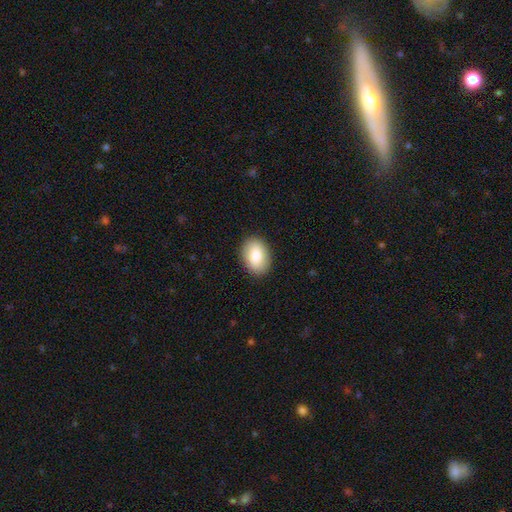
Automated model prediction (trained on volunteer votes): Q: Smooth or featured?
A: smooth (82%); runner-up: featured or disk (11%)
Q: How rounded?
A: in between (81%); runner-up: round (18%)
Q: Merging?
A: none (89%); runner-up: minor disturbance (8%)